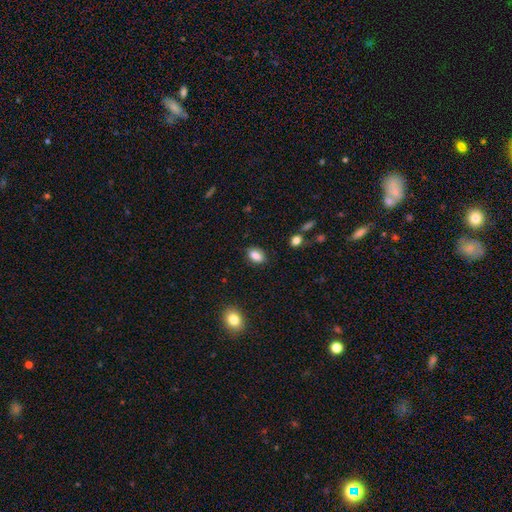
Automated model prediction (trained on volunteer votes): This appears to be a smooth galaxy with no disk features (86%) that is in between round and cigar-shaped (85%). Merging: none (83%).